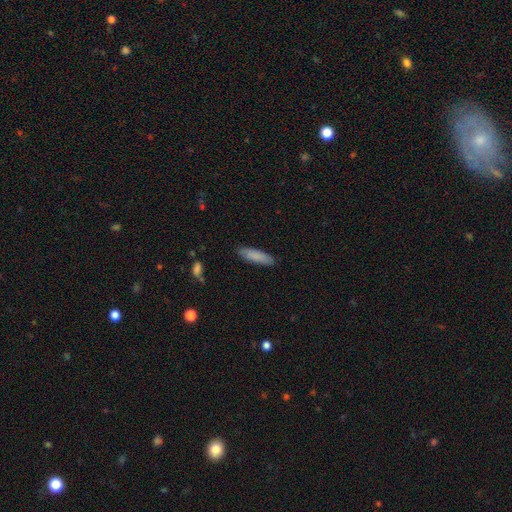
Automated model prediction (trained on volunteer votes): smooth-or-featured: smooth: 84% | featured or disk: 10% | star or artifact: 6%
  how-rounded: cigar-shaped: 66% | in between: 33% | round: 1%
  merging: none: 85% | minor disturbance: 11% | major disturbance: 2% | merger: 1%